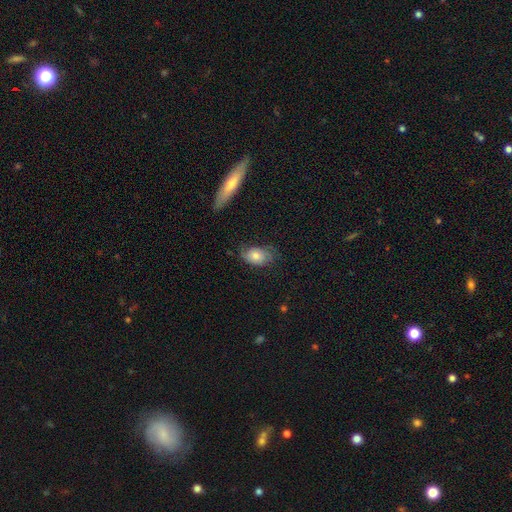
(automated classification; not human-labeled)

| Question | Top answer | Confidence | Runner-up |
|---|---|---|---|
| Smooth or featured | smooth | 57% | featured or disk (35%) |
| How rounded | in between | 84% | round (13%) |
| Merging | none | 59% | minor disturbance (27%) |